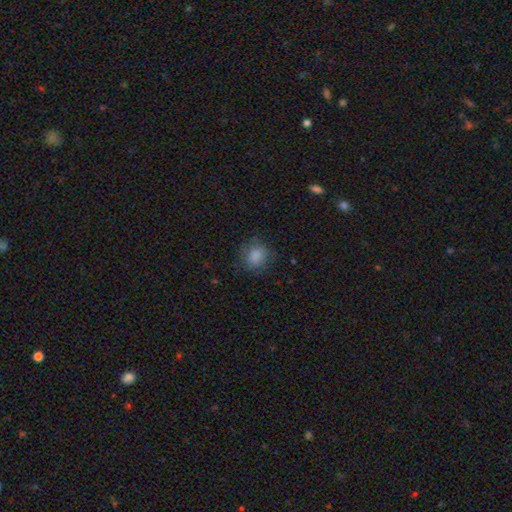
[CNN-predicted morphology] Smooth or featured?
  - smooth: 83% *
  - star or artifact: 9%
  - featured or disk: 7%
How rounded?
  - round: 76% *
  - in between: 23%
  - cigar-shaped: 1%
Merging?
  - none: 75% *
  - minor disturbance: 17%
  - major disturbance: 7%
  - merger: 1%